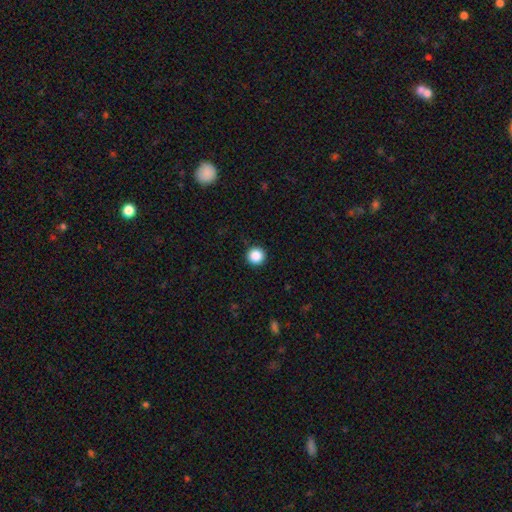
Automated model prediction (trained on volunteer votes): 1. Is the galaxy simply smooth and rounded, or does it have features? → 88% smooth, 10% star or artifact, 2% featured or disk.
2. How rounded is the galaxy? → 96% round, 3% in between, 1% cigar-shaped.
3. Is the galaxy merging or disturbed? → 93% none, 4% minor disturbance, 2% major disturbance, 1% merger.